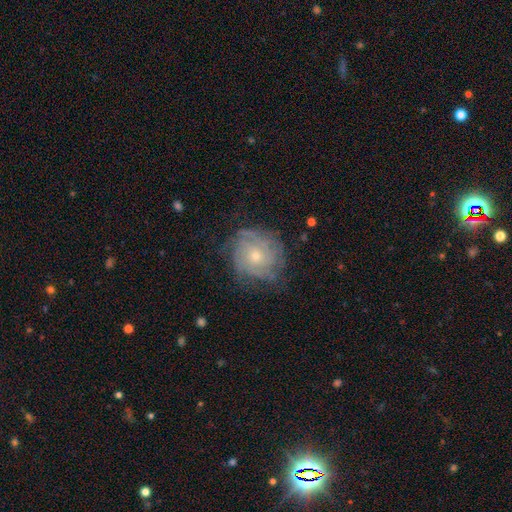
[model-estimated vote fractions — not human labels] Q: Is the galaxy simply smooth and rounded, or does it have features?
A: featured or disk — 73%.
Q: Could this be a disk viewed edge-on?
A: no — 97%.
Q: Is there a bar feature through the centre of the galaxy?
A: no — 82%.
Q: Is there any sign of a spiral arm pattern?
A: yes — 88%.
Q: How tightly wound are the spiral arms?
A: tight — 67%.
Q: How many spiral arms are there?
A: can't tell — 47%.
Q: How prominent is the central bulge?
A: small — 64%.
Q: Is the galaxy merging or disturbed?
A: none — 69%.